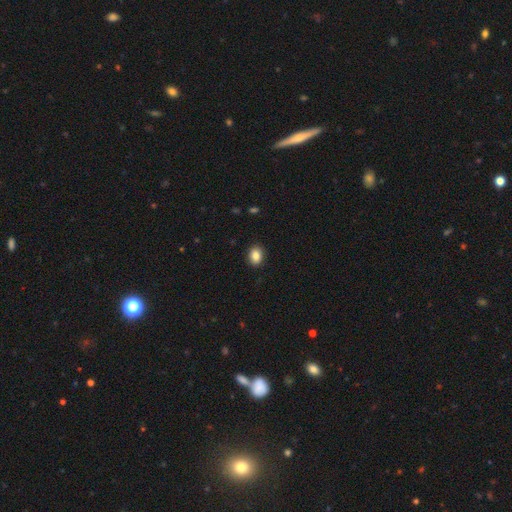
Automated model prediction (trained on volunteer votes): A smooth galaxy with no disk features (86%) that is in between round and cigar-shaped (64%).

Vote fractions:
- Smooth or featured? smooth: 86% / star or artifact: 9% / featured or disk: 5%
- How rounded? in between: 64% / round: 34% / cigar-shaped: 1%
- Merging? none: 90% / minor disturbance: 7% / major disturbance: 2% / merger: 1%